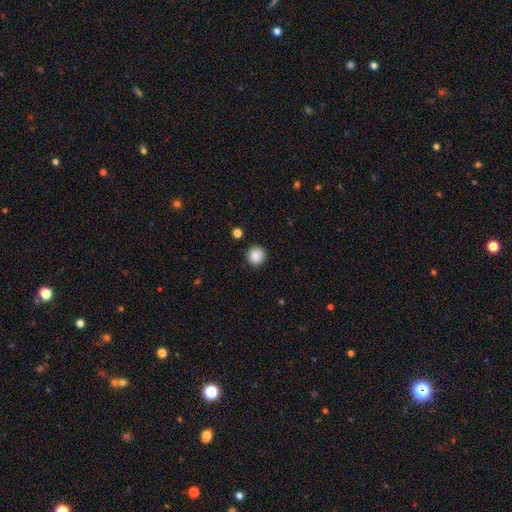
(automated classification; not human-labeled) Smooth or featured: smooth — 87% (star or artifact — 9%)
How rounded: round — 94% (in between — 5%)
Merging: none — 90% (minor disturbance — 7%)